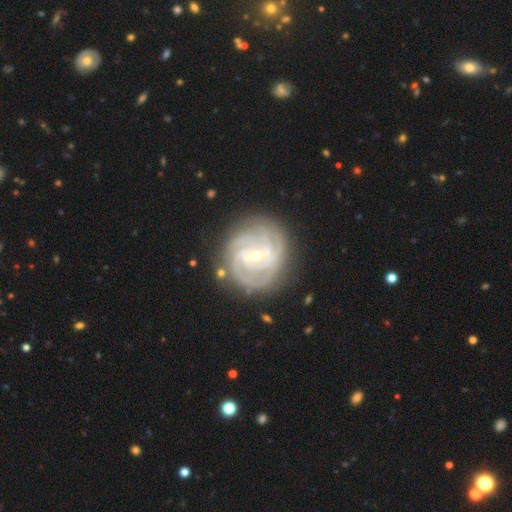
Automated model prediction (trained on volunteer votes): A featured or disk galaxy (89%) with a weak bar (49%), 3 (26%) tight (74%) spiral arms (97%) and a small central bulge (66%). Merging: none (79%).